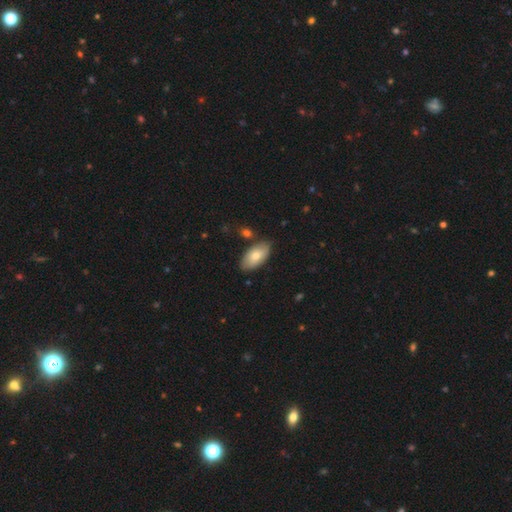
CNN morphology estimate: Smooth or featured? Predicted: smooth (p=0.74). How rounded? Predicted: in between (p=0.94). Merging? Predicted: none (p=0.78).